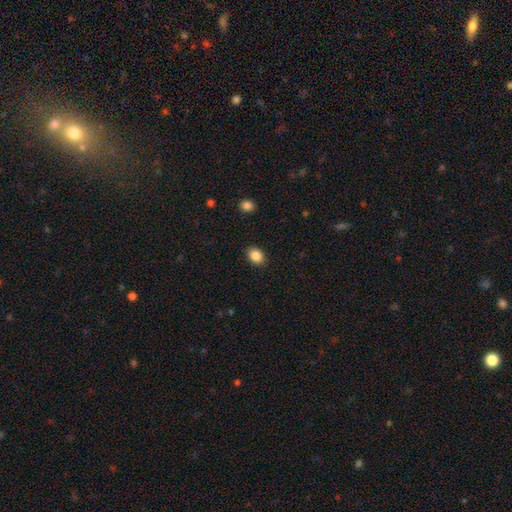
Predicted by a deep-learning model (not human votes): smooth_or_featured: smooth (p=0.86) [alt: star or artifact p=0.09]
how_rounded: in between (p=0.63) [alt: round p=0.36]
merging: none (p=0.89) [alt: minor disturbance p=0.08]